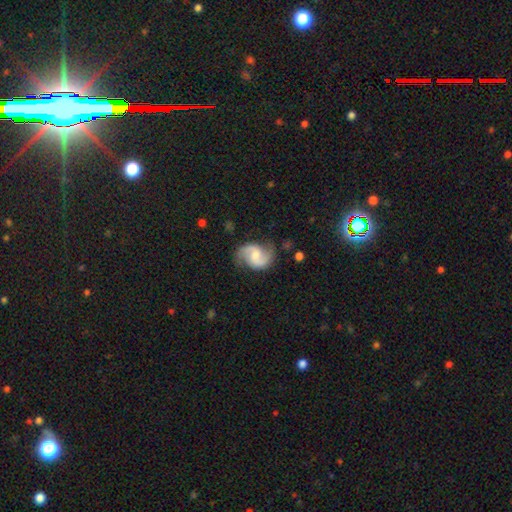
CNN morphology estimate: smooth_or_featured: featured or disk (p=0.85) [alt: smooth p=0.10]
disk_edge_on: no (p=0.98) [alt: yes p=0.02]
bar: weak (p=0.48) [alt: no p=0.41]
has_spiral_arms: yes (p=0.97) [alt: no p=0.03]
spiral_winding: medium (p=0.49) [alt: loose p=0.36]
spiral_arm_count: 2 (p=0.92) [alt: can't tell p=0.03]
bulge_size: moderate (p=0.50) [alt: small p=0.38]
merging: none (p=0.76) [alt: minor disturbance p=0.17]